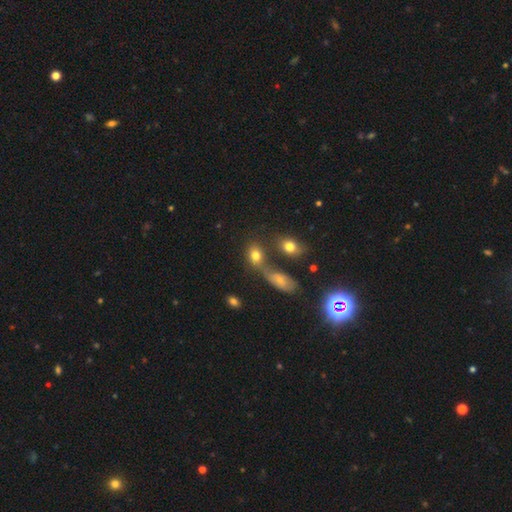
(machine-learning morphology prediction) Smooth or featured?
  - smooth: 76% *
  - star or artifact: 12%
  - featured or disk: 12%
How rounded?
  - in between: 59% *
  - round: 38%
  - cigar-shaped: 3%
Merging?
  - none: 46% *
  - merger: 34%
  - minor disturbance: 13%
  - major disturbance: 8%